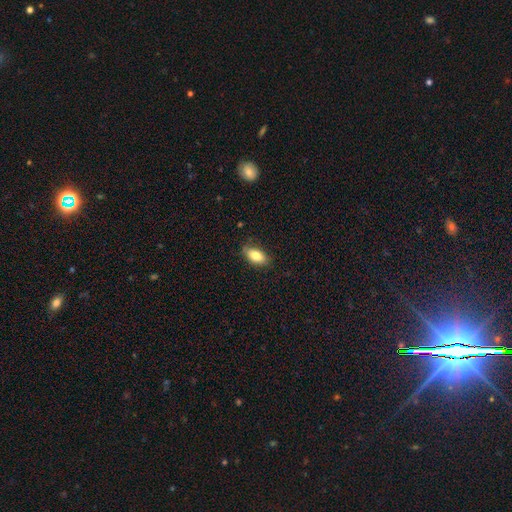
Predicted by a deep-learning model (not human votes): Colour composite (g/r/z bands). It shows a smooth galaxy with no disk features (82%) that is in between round and cigar-shaped (89%). Merging: none (82%).